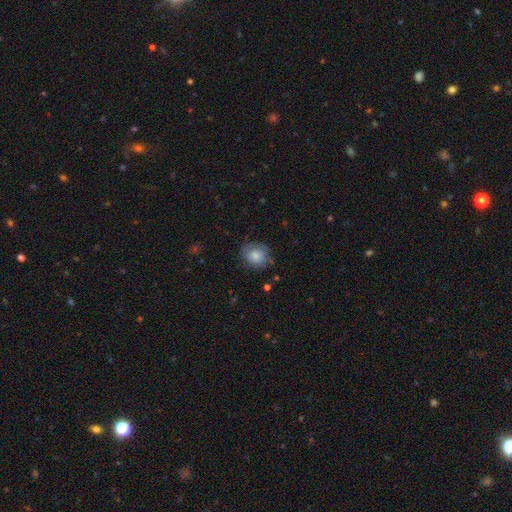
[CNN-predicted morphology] This appears to be a smooth galaxy with no disk features (80%) that is round (72%). Merging: none (74%).